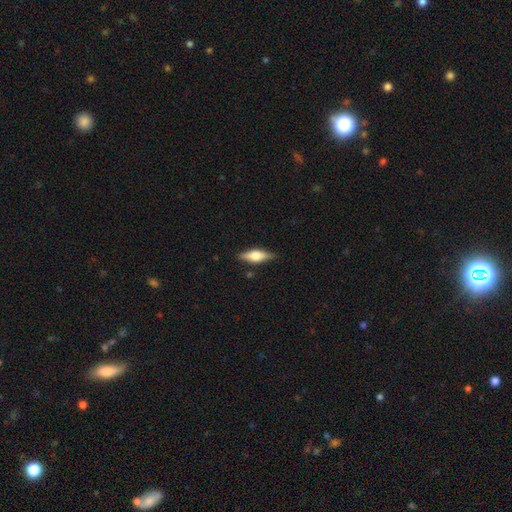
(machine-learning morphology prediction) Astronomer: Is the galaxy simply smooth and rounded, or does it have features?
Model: featured or disk — 50% (runner-up: smooth, 43%).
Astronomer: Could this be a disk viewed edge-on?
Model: yes — 93%.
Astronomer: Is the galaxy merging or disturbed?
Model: none — 85%.